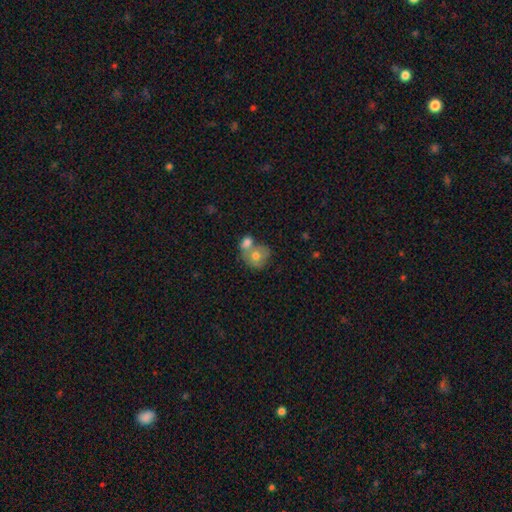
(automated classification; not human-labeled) This appears to be a smooth galaxy with no disk features (69%) that is round (70%). Merging: merger (58%).